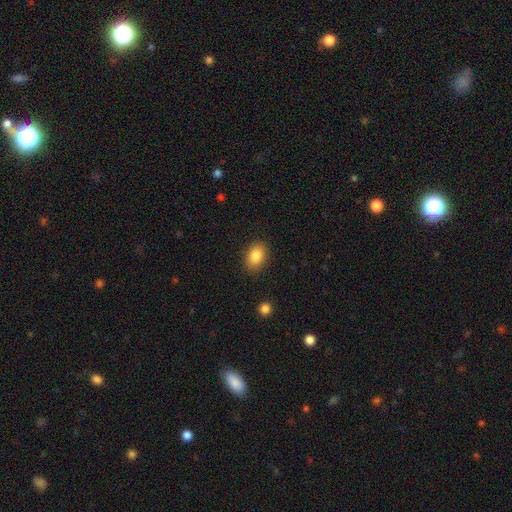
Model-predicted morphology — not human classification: smooth-or-featured: smooth: 85% | star or artifact: 8% | featured or disk: 7%
  how-rounded: in between: 81% | round: 18% | cigar-shaped: 1%
  merging: none: 87% | minor disturbance: 9% | major disturbance: 3% | merger: 1%